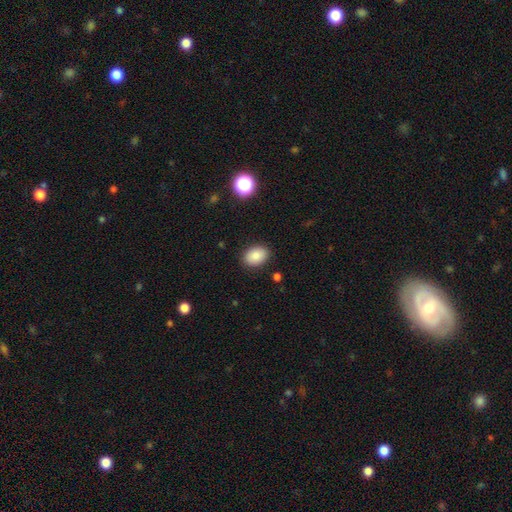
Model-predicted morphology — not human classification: smooth-or-featured: smooth: 86% | star or artifact: 8% | featured or disk: 6%
  how-rounded: in between: 80% | round: 19% | cigar-shaped: 1%
  merging: none: 87% | minor disturbance: 9% | major disturbance: 2% | merger: 1%